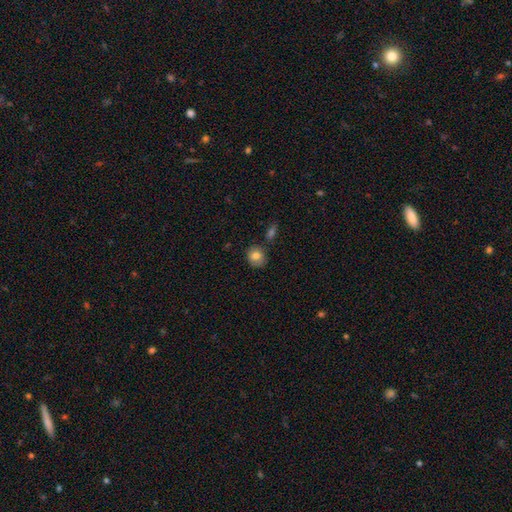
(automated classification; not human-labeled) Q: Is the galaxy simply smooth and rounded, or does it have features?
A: smooth — 81%.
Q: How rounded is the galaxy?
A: round — 75%.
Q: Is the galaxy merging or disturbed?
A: none — 78%.